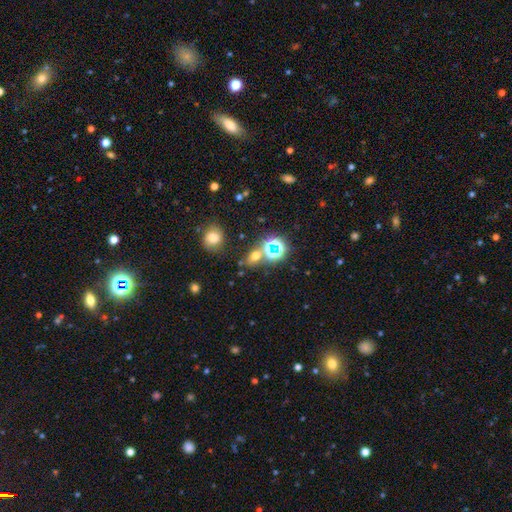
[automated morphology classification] Smooth or featured? Predicted: smooth (p=0.50). How rounded? Predicted: round (p=0.51). Merging? Predicted: none (p=0.67).